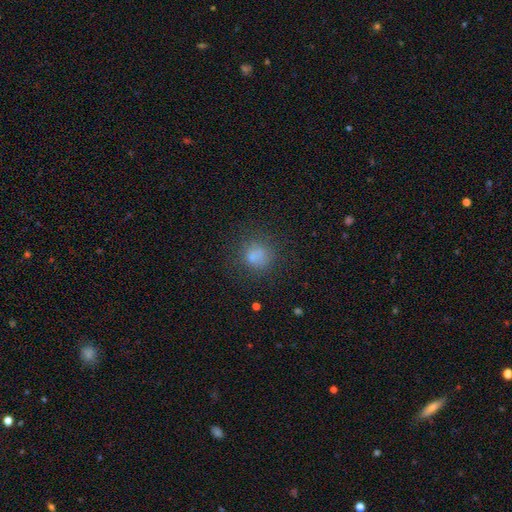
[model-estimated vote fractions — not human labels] Smooth or featured? smooth (68%)
How rounded? round (86%)
Merging? none (66%)